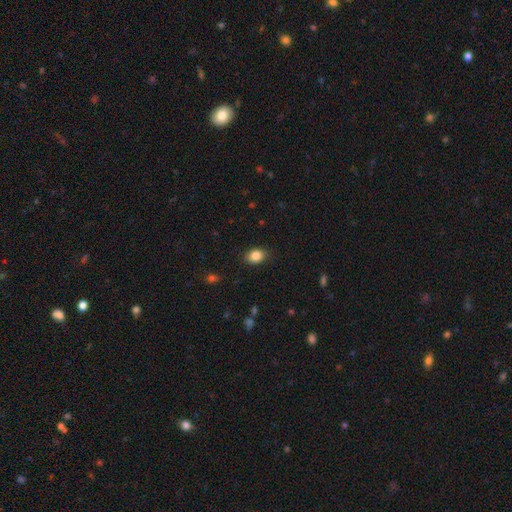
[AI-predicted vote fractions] Q: Smooth or featured?
A: smooth (85%); runner-up: star or artifact (9%)
Q: How rounded?
A: in between (67%); runner-up: round (32%)
Q: Merging?
A: none (84%); runner-up: minor disturbance (12%)